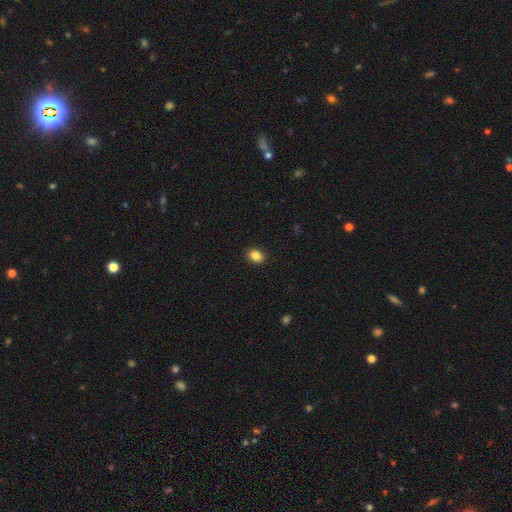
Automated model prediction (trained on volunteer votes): Smooth or featured: smooth — 86% (star or artifact — 9%)
How rounded: in between — 64% (round — 35%)
Merging: none — 91% (minor disturbance — 6%)